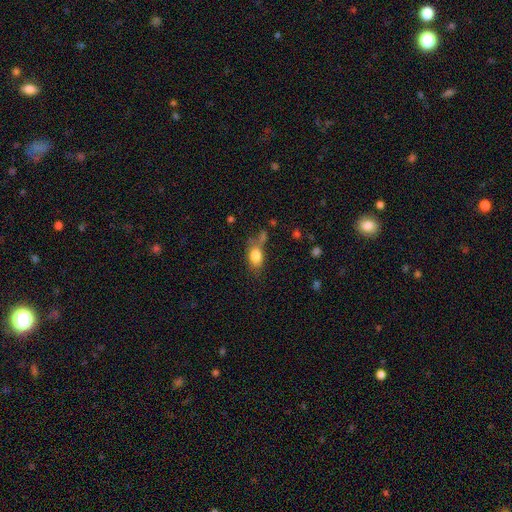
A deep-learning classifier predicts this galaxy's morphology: This appears to be a smooth galaxy with no disk features (81%) that is in between round and cigar-shaped (80%). Merging: none (51%).